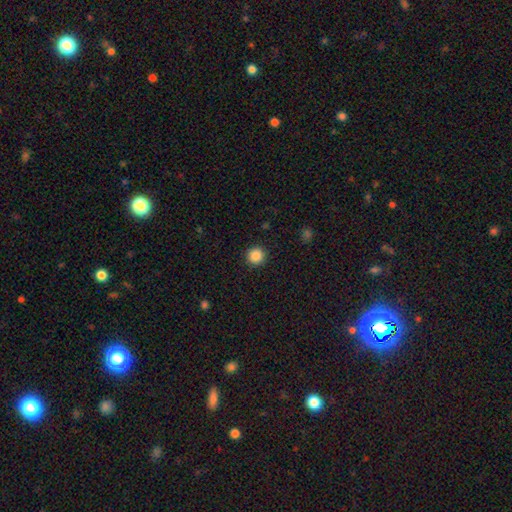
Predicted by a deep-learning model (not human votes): Smooth or featured: smooth — 87% (star or artifact — 10%)
How rounded: round — 95% (in between — 4%)
Merging: none — 92% (minor disturbance — 5%)